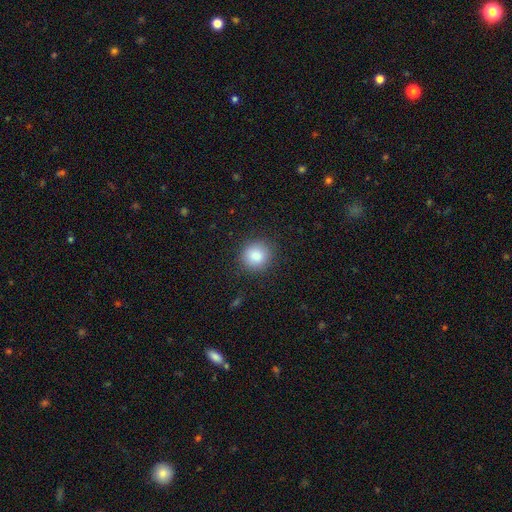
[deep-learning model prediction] Overall: smooth (86%). How rounded: round (89%). Merging: none (89%).